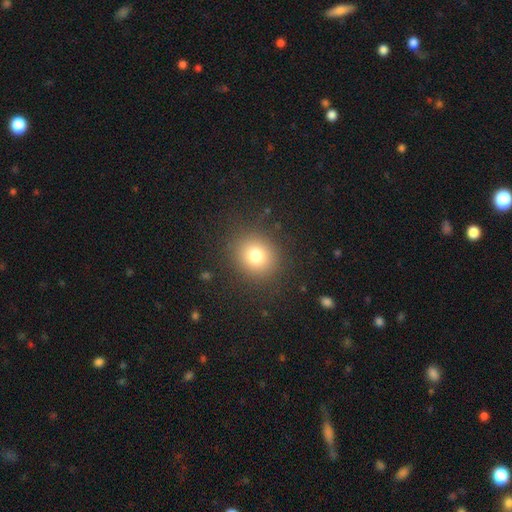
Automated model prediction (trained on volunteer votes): Smooth or featured?
  - smooth: 78% *
  - star or artifact: 14%
  - featured or disk: 9%
How rounded?
  - round: 86% *
  - in between: 13%
  - cigar-shaped: 1%
Merging?
  - none: 88% *
  - minor disturbance: 7%
  - major disturbance: 4%
  - merger: 1%